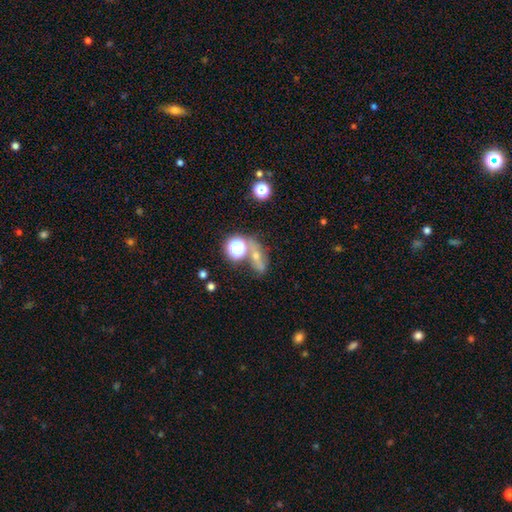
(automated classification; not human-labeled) Smooth or featured? smooth (40%)
Merging? none (53%)